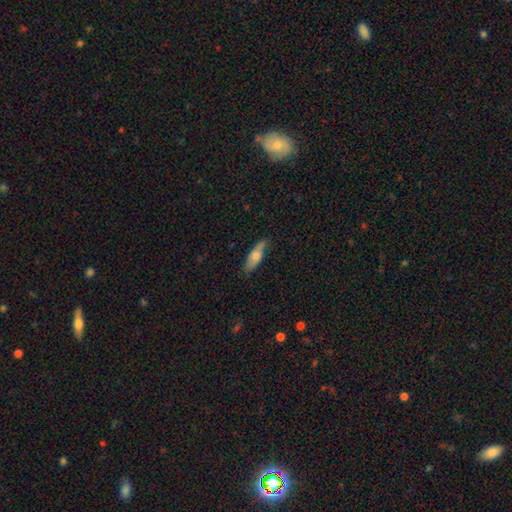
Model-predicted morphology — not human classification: smooth_or_featured: smooth (p=0.64) [alt: featured or disk p=0.30]
how_rounded: cigar-shaped (p=0.50) [alt: in between p=0.48]
merging: none (p=0.78) [alt: minor disturbance p=0.18]